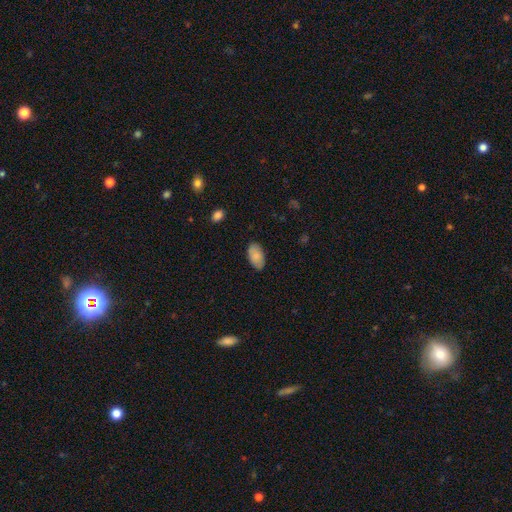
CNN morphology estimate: Smooth or featured? smooth (86%)
How rounded? in between (95%)
Merging? none (83%)